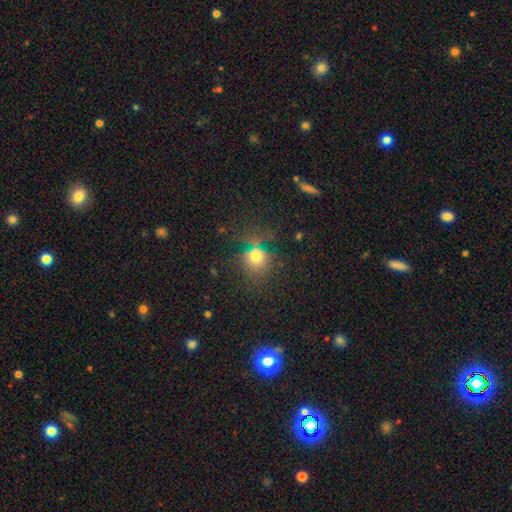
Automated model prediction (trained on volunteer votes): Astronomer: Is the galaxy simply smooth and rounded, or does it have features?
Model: smooth — 71%.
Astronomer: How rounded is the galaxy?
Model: round — 85%.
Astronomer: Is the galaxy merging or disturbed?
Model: none — 71%.